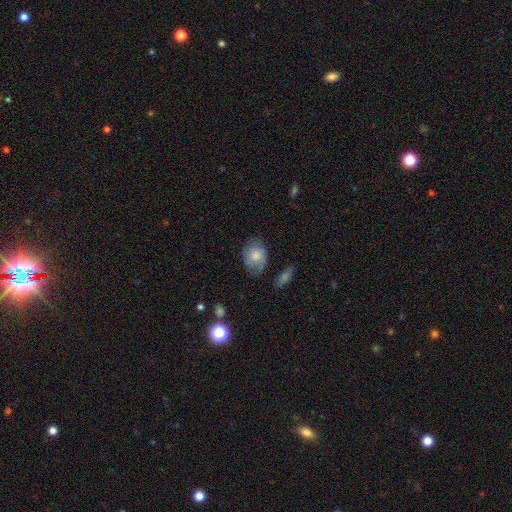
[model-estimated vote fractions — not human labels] Q: Smooth or featured?
A: smooth (71%); runner-up: featured or disk (22%)
Q: How rounded?
A: in between (64%); runner-up: round (35%)
Q: Merging?
A: none (64%); runner-up: minor disturbance (26%)